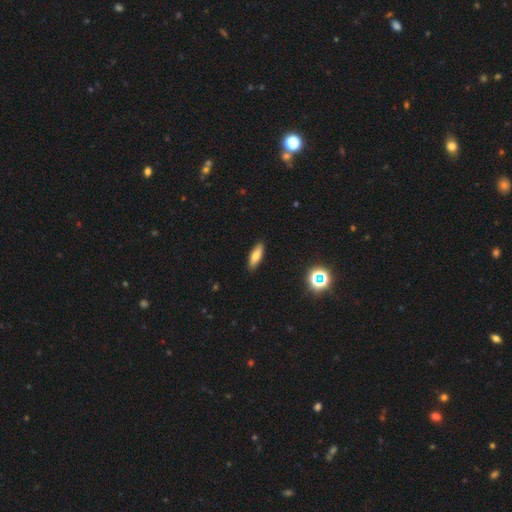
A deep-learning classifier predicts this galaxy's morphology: A smooth galaxy with no disk features (74%) that is in between round and cigar-shaped (57%).

Vote fractions:
- Smooth or featured? smooth: 74% / featured or disk: 17% / star or artifact: 9%
- How rounded? in between: 57% / cigar-shaped: 40% / round: 3%
- Merging? none: 89% / minor disturbance: 8% / major disturbance: 2% / merger: 1%